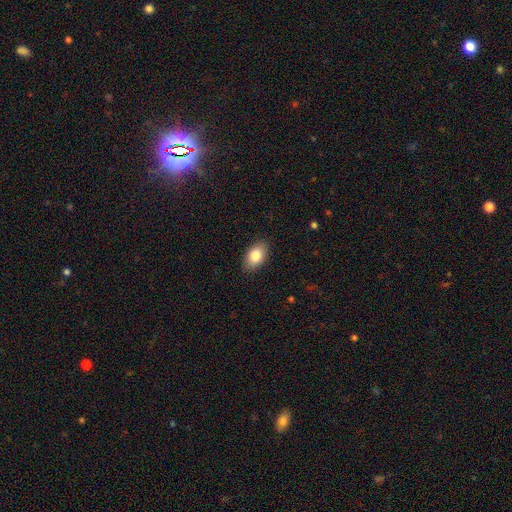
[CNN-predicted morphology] A smooth galaxy with no disk features (83%) that is in between round and cigar-shaped (92%).

Vote fractions:
- Smooth or featured? smooth: 83% / featured or disk: 10% / star or artifact: 7%
- How rounded? in between: 92% / round: 6% / cigar-shaped: 2%
- Merging? none: 88% / minor disturbance: 9% / major disturbance: 2% / merger: 1%